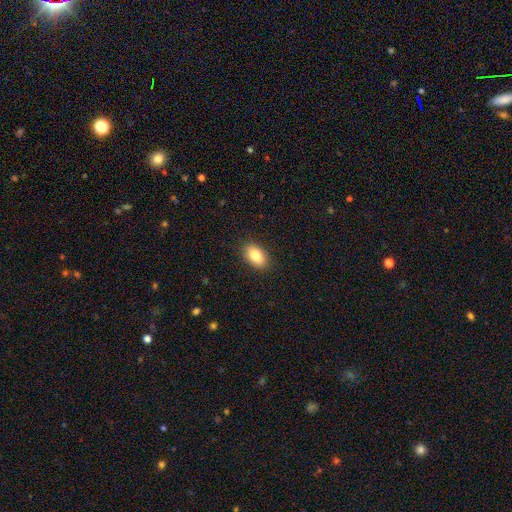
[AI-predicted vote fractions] Morphology: type=smooth (84%); roundness=in between (88%); merging=none (89%).